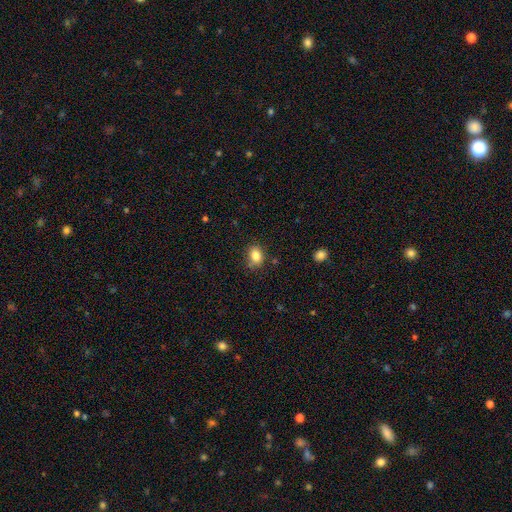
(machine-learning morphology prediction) Smooth or featured: smooth — 84% (star or artifact — 10%)
How rounded: in between — 67% (round — 32%)
Merging: none — 74% (minor disturbance — 19%)